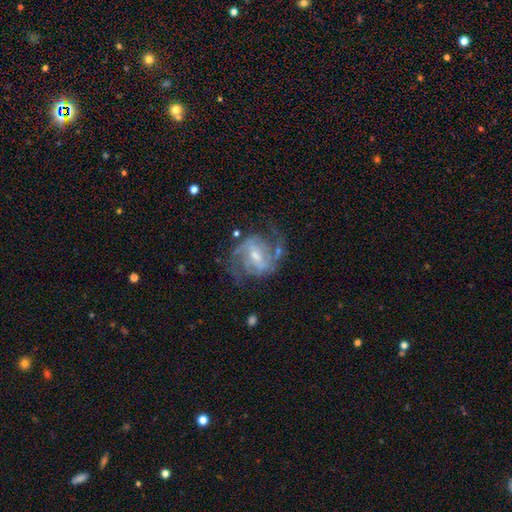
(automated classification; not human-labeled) Smooth or featured? featured or disk (90%)
Edge-on disk? no (98%)
Bar? weak (53%)
Spiral arms? yes (97%)
Spiral winding? medium (55%)
Spiral arm count? 2 (79%)
Bulge size? small (50%)
Merging? none (68%)